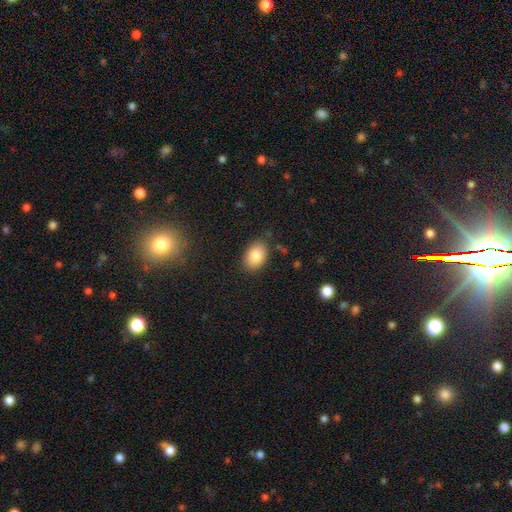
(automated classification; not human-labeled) Overall: smooth (84%). How rounded: in between (84%). Merging: none (84%).